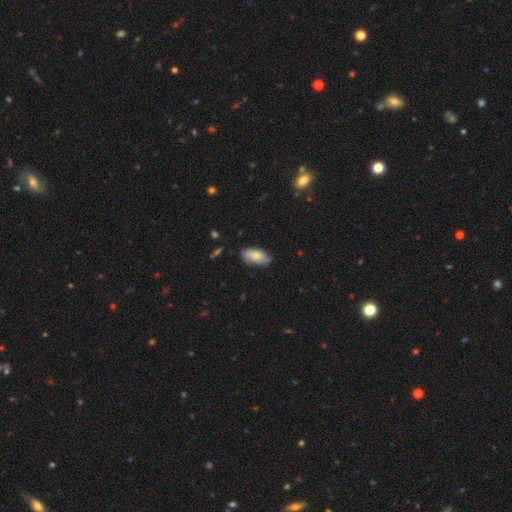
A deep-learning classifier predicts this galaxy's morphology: A smooth galaxy with no disk features (79%) that is in between round and cigar-shaped (91%). Merging: none (75%).